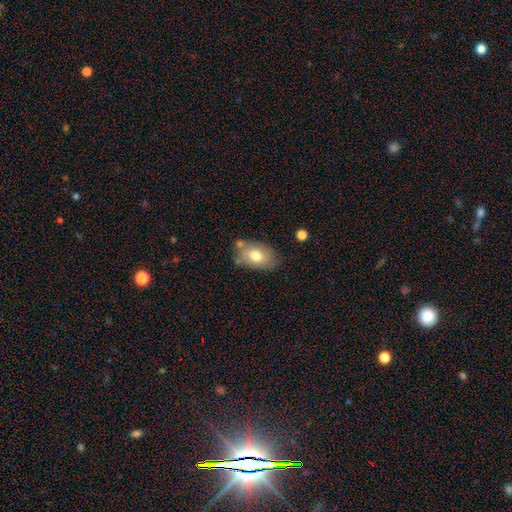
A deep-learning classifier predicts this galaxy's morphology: smooth_or_featured: smooth (p=0.72) [alt: featured or disk p=0.20]
how_rounded: in between (p=0.87) [alt: round p=0.12]
merging: none (p=0.65) [alt: minor disturbance p=0.21]